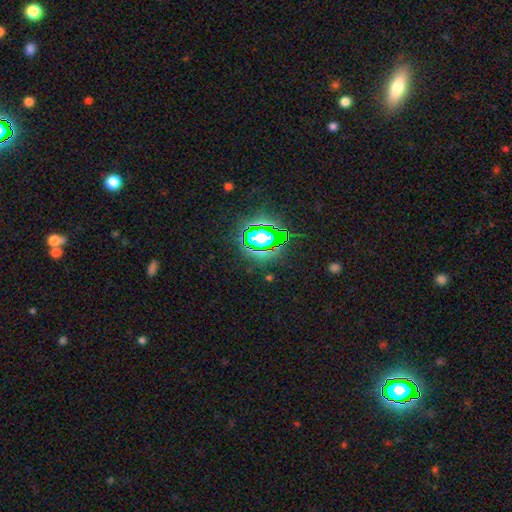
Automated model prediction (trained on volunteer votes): smooth_or_featured: star or artifact (p=0.77) [alt: smooth p=0.15]